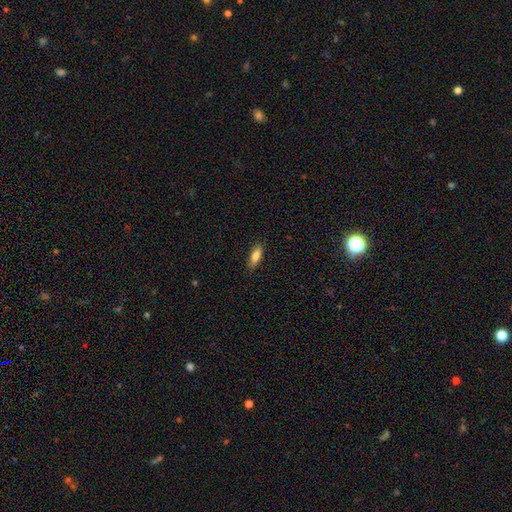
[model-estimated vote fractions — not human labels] This is clearly a smooth galaxy (82%). How rounded: likely in between (67%). Merging: clearly none (85%).